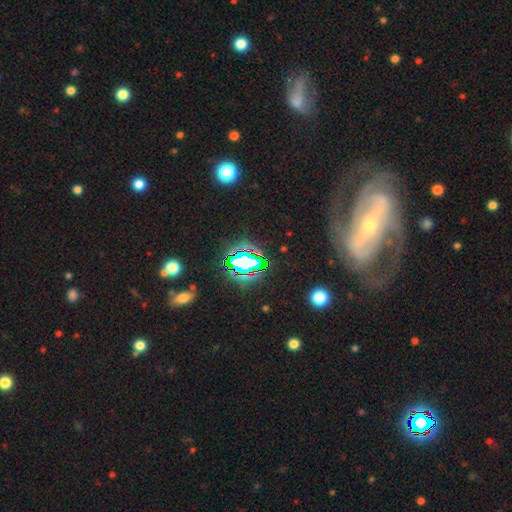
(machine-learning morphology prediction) Overall: star or artifact (61%).